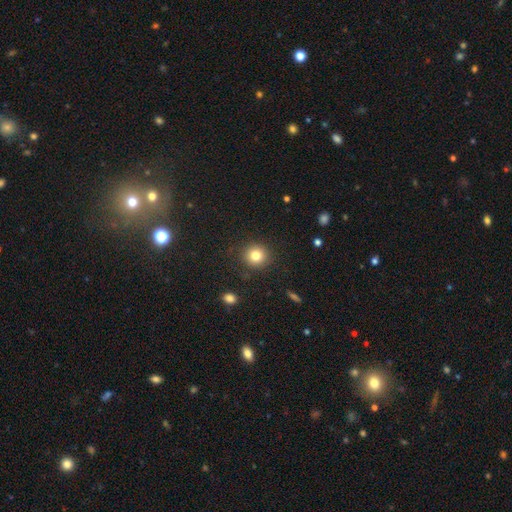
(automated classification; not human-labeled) Q: Smooth or featured?
A: smooth (81%); runner-up: star or artifact (12%)
Q: How rounded?
A: round (91%); runner-up: in between (8%)
Q: Merging?
A: none (89%); runner-up: minor disturbance (7%)